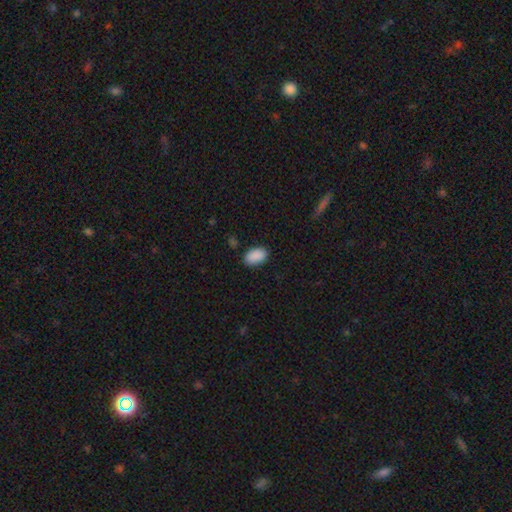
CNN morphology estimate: smooth-or-featured: smooth: 90% | star or artifact: 7% | featured or disk: 3%
  how-rounded: in between: 92% | round: 6% | cigar-shaped: 1%
  merging: none: 83% | minor disturbance: 13% | major disturbance: 3% | merger: 1%